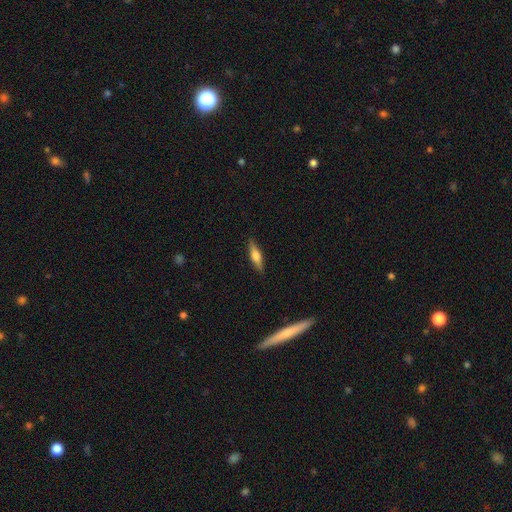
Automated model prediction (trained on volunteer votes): Smooth or featured? smooth (48%)
Merging? none (88%)